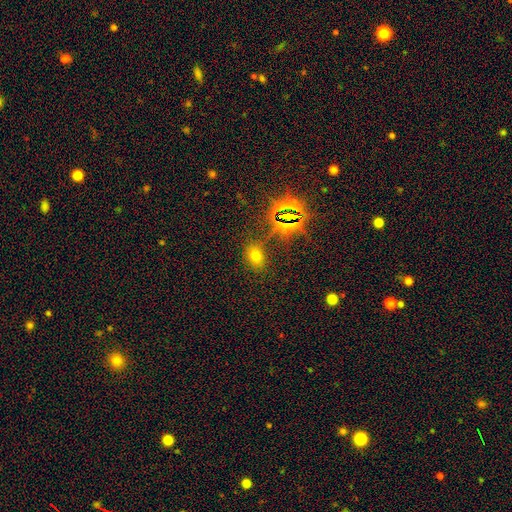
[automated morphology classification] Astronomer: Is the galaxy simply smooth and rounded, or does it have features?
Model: smooth — 59%.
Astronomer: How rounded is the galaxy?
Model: in between — 70%.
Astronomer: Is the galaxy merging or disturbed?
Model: none — 79%.